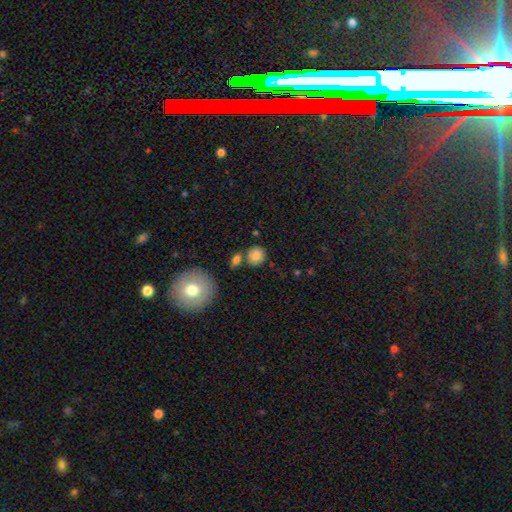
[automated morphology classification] Smooth or featured?
  - smooth: 81% *
  - star or artifact: 10%
  - featured or disk: 9%
How rounded?
  - round: 84% *
  - in between: 14%
  - cigar-shaped: 1%
Merging?
  - none: 72% *
  - merger: 12%
  - minor disturbance: 12%
  - major disturbance: 3%